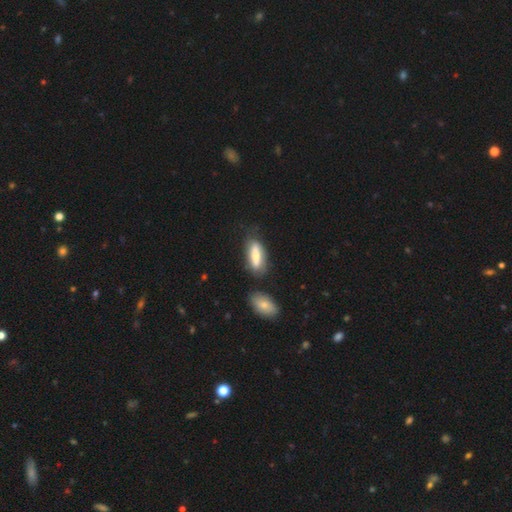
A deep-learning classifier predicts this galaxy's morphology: smooth 63%, featured or disk 31%, star or artifact 6%. Down the decision tree: how rounded — in between (60%); merging — none (68%).